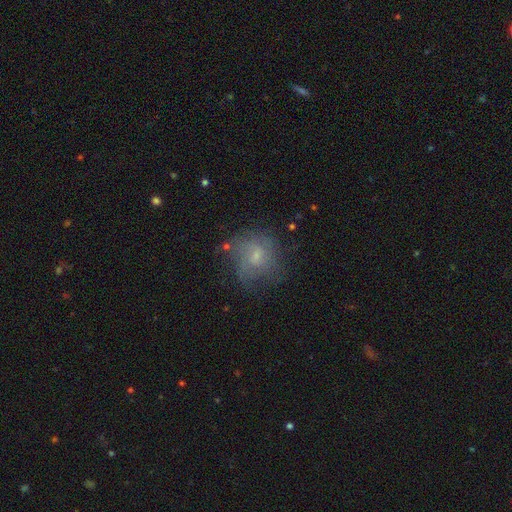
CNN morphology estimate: smooth 45%, featured or disk 44%, star or artifact 11%. Down the decision tree: merging — none (55%).